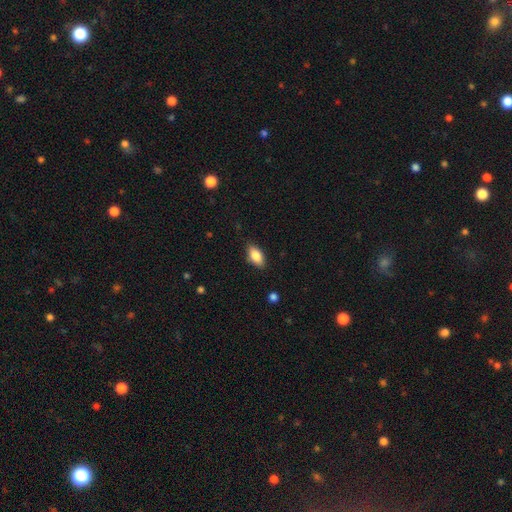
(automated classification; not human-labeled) Q: Smooth or featured?
A: smooth (83%); runner-up: featured or disk (9%)
Q: How rounded?
A: in between (90%); runner-up: cigar-shaped (5%)
Q: Merging?
A: none (84%); runner-up: minor disturbance (13%)